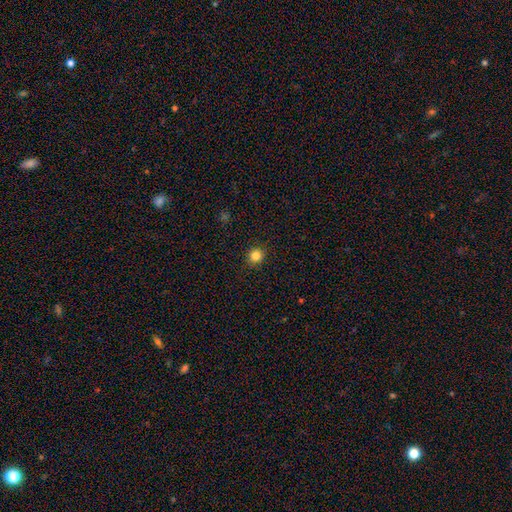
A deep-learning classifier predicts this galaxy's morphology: The model was most divided on "smooth or featured": smooth: 84%, star or artifact: 12%, featured or disk: 4%. More confident: merging — none (92%); how rounded — round (91%).